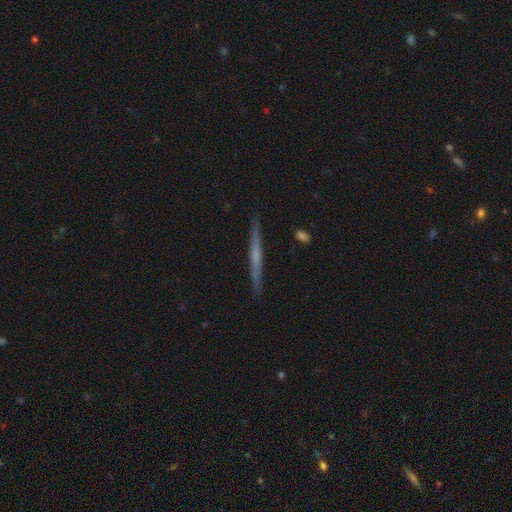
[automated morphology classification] A featured or disk galaxy (62%) viewed edge-on (97%) with no central bulge (61%). Merging: none (91%).